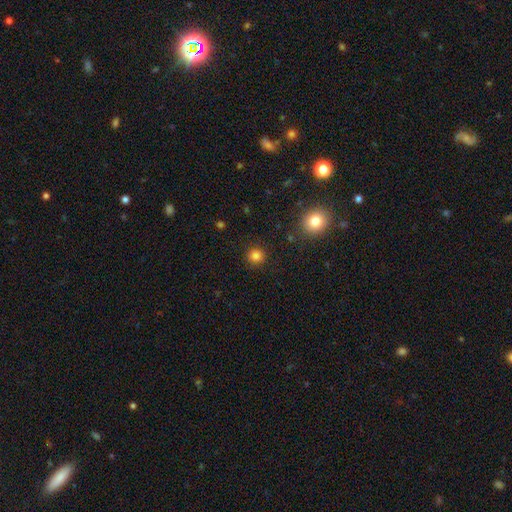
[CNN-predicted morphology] This appears to be a smooth galaxy with no disk features (83%) that is round (91%). Merging: none (90%).